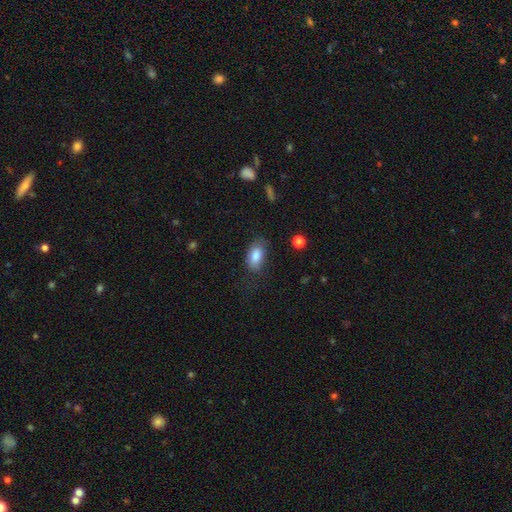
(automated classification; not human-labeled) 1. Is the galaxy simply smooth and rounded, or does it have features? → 84% smooth, 9% featured or disk, 7% star or artifact.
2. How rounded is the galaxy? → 91% in between, 5% round, 4% cigar-shaped.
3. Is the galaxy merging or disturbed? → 66% none, 24% minor disturbance, 9% major disturbance, 2% merger.